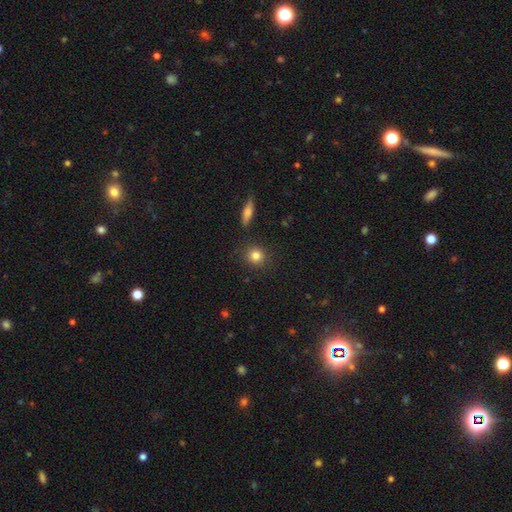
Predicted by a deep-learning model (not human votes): A smooth galaxy with no disk features (83%) that is round (89%).

Vote fractions:
- Smooth or featured? smooth: 83% / star or artifact: 10% / featured or disk: 7%
- How rounded? round: 89% / in between: 10% / cigar-shaped: 2%
- Merging? none: 88% / minor disturbance: 7% / merger: 3% / major disturbance: 2%